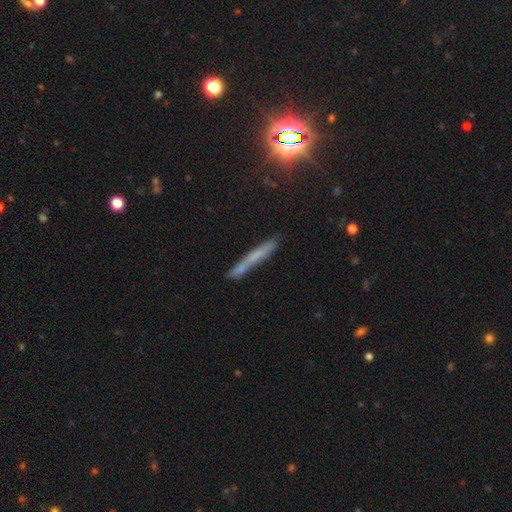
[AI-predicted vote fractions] This is possibly a smooth galaxy (54%). How rounded: clearly cigar-shaped (95%). Merging: likely none (73%).